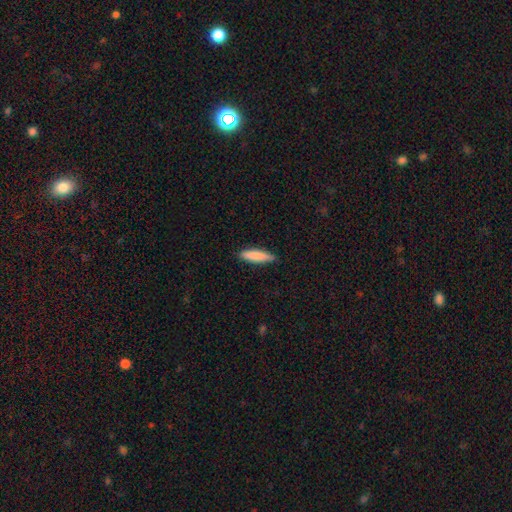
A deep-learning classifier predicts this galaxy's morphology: Overall: smooth (84%). How rounded: cigar-shaped (75%). Merging: none (87%).